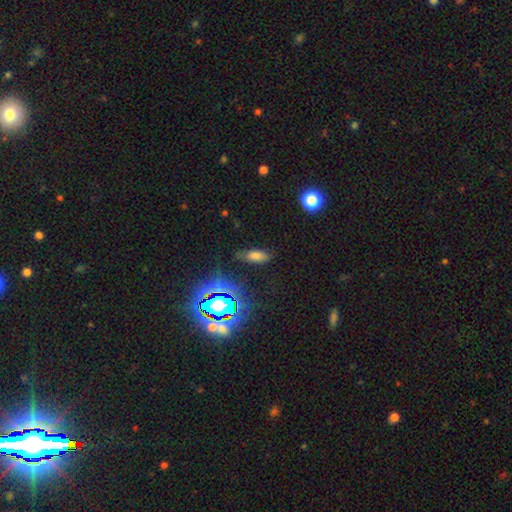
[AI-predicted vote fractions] Q: Smooth or featured?
A: smooth (65%); runner-up: star or artifact (23%)
Q: How rounded?
A: in between (73%); runner-up: cigar-shaped (22%)
Q: Merging?
A: none (75%); runner-up: minor disturbance (17%)